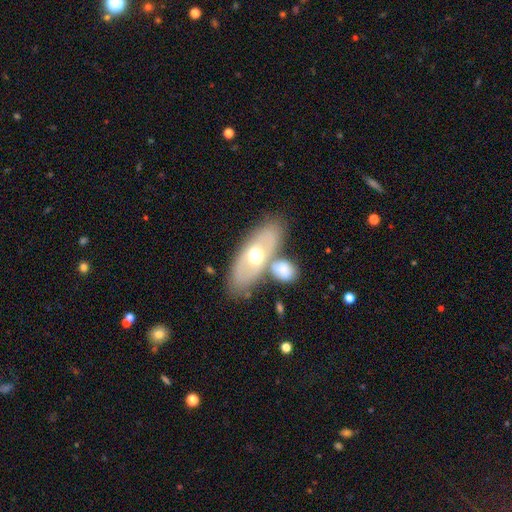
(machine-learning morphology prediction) smooth_or_featured: featured or disk (p=0.47) [alt: smooth p=0.46]
merging: none (p=0.60) [alt: merger p=0.23]